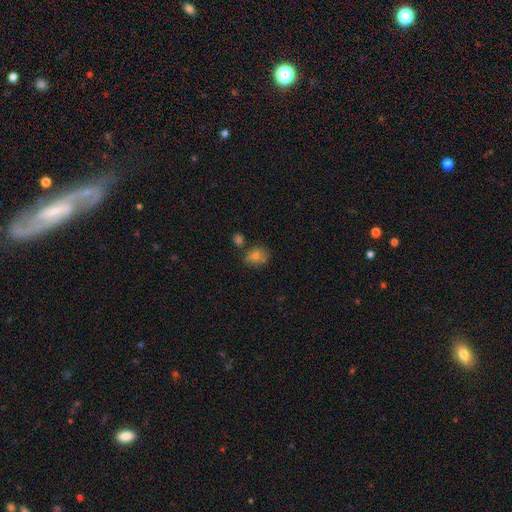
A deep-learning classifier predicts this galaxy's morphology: smooth-or-featured: smooth: 69% | star or artifact: 16% | featured or disk: 14%
  how-rounded: round: 57% | in between: 42% | cigar-shaped: 1%
  merging: none: 68% | minor disturbance: 17% | merger: 11% | major disturbance: 5%